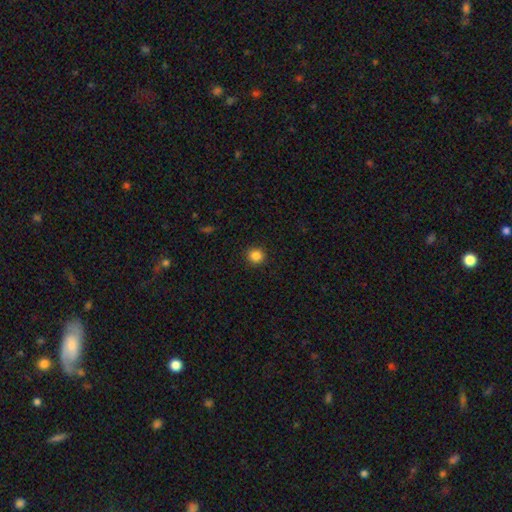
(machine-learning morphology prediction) A smooth galaxy with no disk features (86%) that is round (93%).

Vote fractions:
- Smooth or featured? smooth: 86% / star or artifact: 11% / featured or disk: 4%
- How rounded? round: 93% / in between: 7% / cigar-shaped: 1%
- Merging? none: 92% / minor disturbance: 5% / major disturbance: 2% / merger: 1%